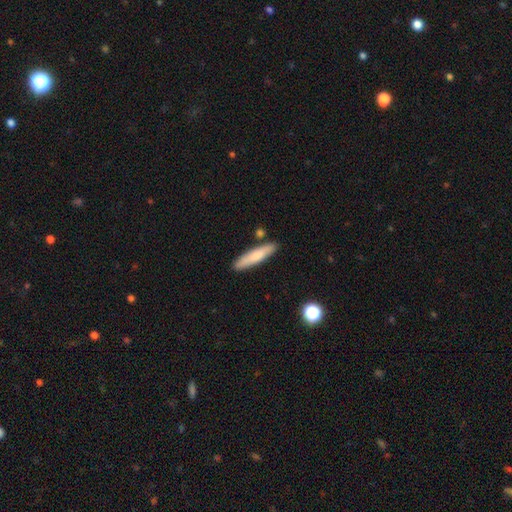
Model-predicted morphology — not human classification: This appears to be a smooth galaxy with no disk features (75%) that is cigar-shaped (84%). Merging: none (84%).